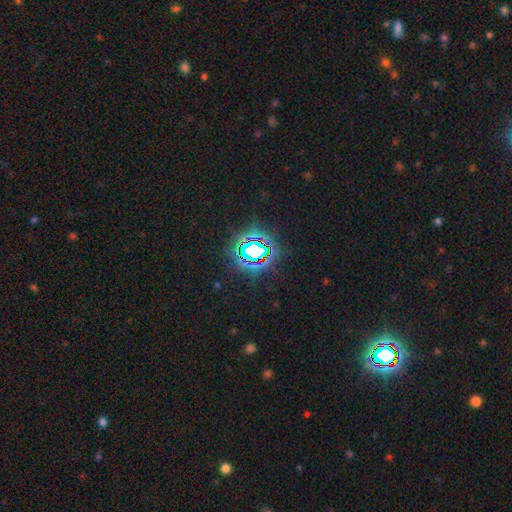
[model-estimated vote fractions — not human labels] Smooth or featured?
  - star or artifact: 73% *
  - smooth: 16%
  - featured or disk: 11%